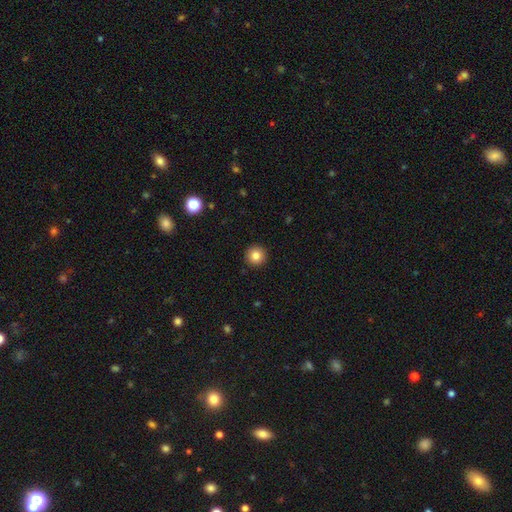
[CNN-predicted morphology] A smooth galaxy with no disk features (84%) that is round (96%). Merging: none (93%).